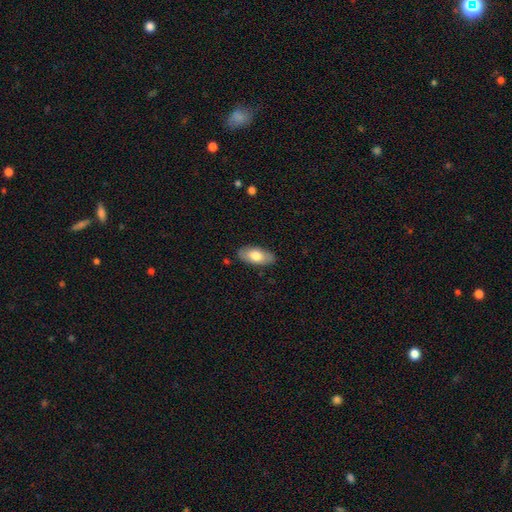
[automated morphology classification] Smooth or featured? Predicted: smooth (p=0.73). How rounded? Predicted: in between (p=0.90). Merging? Predicted: none (p=0.86).